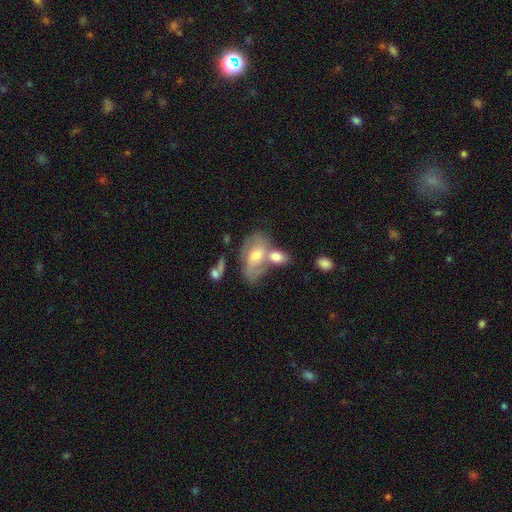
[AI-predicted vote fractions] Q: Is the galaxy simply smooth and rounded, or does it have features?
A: featured or disk — 51%.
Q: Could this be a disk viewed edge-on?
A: no — 92%.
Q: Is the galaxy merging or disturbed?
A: merger — 43%.